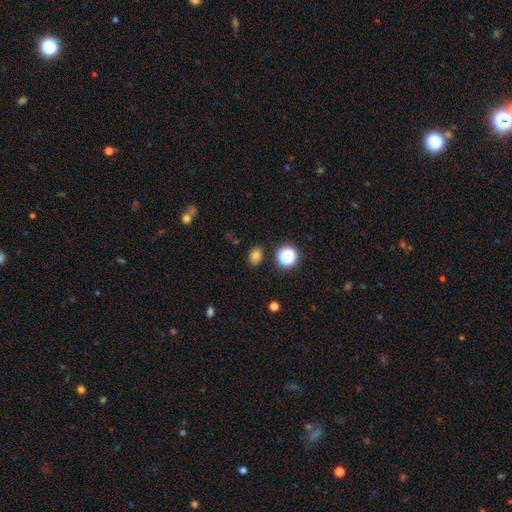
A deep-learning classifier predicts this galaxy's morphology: Smooth or featured? Predicted: smooth (p=0.77). How rounded? Predicted: in between (p=0.54). Merging? Predicted: none (p=0.86).